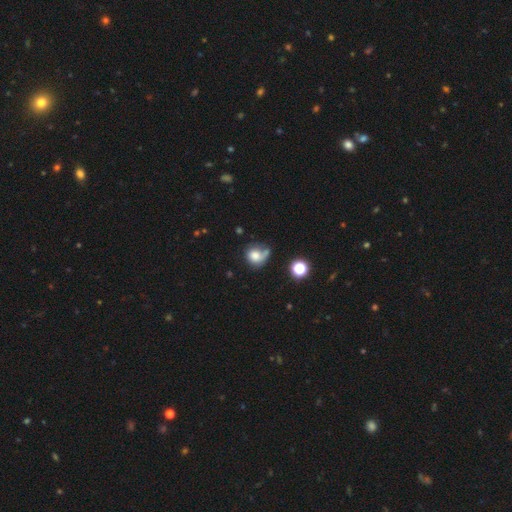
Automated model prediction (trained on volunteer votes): Smooth or featured: smooth — 72% (featured or disk — 17%)
How rounded: round — 76% (in between — 23%)
Merging: none — 42% (minor disturbance — 23%)